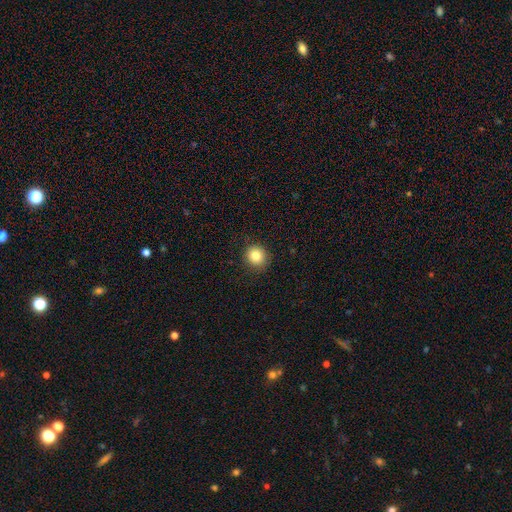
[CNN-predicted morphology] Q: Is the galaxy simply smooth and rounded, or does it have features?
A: smooth — 82%.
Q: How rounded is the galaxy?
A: round — 90%.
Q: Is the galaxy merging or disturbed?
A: none — 89%.